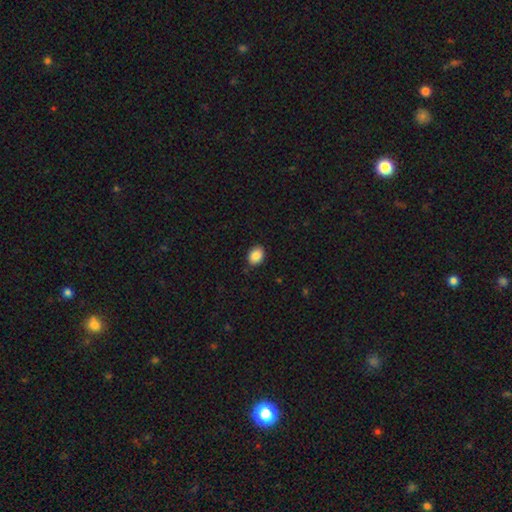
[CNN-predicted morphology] This appears to be a smooth galaxy with no disk features (87%) that is in between round and cigar-shaped (64%). Merging: none (87%).